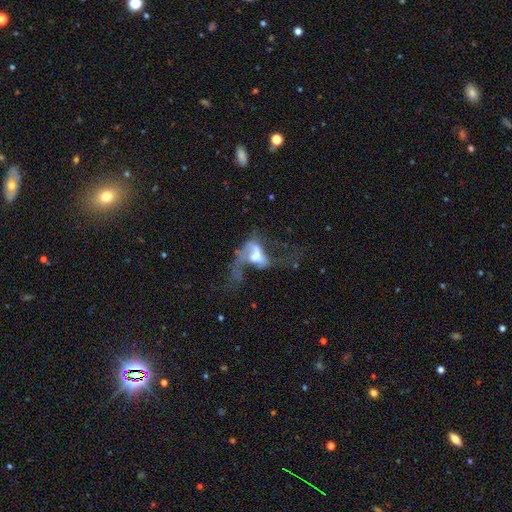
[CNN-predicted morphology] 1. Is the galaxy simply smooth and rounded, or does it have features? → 64% featured or disk, 27% smooth, 10% star or artifact.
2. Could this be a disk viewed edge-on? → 93% no, 7% yes.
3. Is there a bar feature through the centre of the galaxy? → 53% no, 32% weak, 15% strong.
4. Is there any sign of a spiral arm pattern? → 58% yes, 42% no.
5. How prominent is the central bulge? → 52% moderate, 28% large, 11% small, 5% none, 4% dominant.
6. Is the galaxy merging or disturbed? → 51% major disturbance, 23% merger, 16% none, 11% minor disturbance.